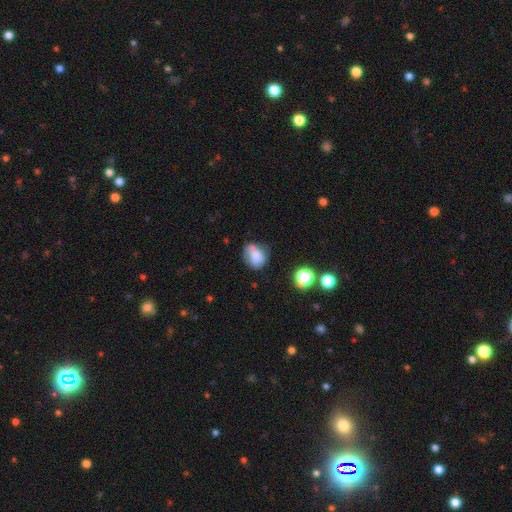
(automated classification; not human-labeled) Smooth or featured: smooth — 69% (featured or disk — 19%)
How rounded: round — 51% (in between — 48%)
Merging: none — 49% (minor disturbance — 30%)